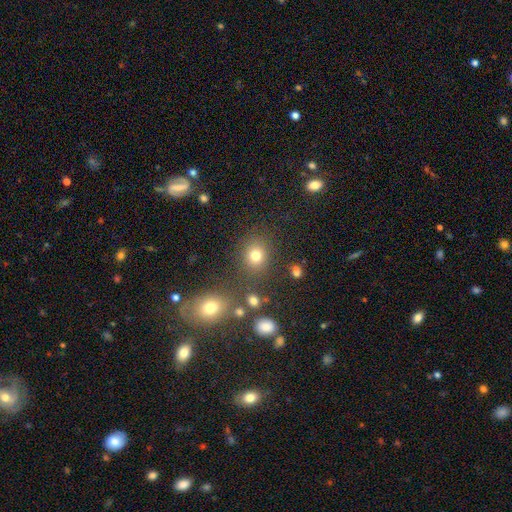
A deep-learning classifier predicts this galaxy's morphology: Smooth or featured? Predicted: smooth (p=0.75). How rounded? Predicted: round (p=0.75). Merging? Predicted: none (p=0.79).